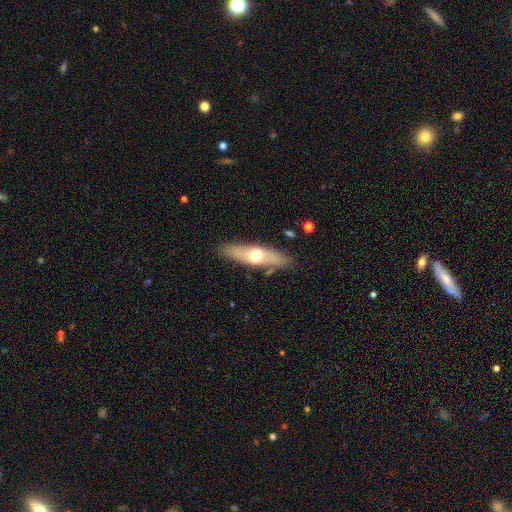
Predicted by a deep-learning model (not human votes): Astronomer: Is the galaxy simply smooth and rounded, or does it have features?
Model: smooth — 51% (runner-up: featured or disk, 43%).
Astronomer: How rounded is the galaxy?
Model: cigar-shaped — 57% (runner-up: in between, 40%).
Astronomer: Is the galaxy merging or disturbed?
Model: none — 84%.